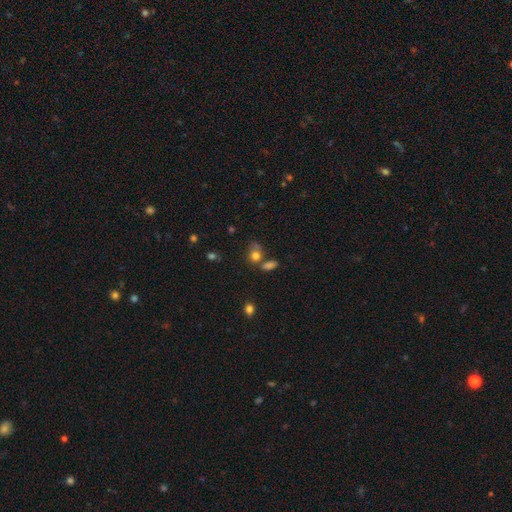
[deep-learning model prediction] Morphology: type=smooth (76%); roundness=round (55%); merging=none (45%).